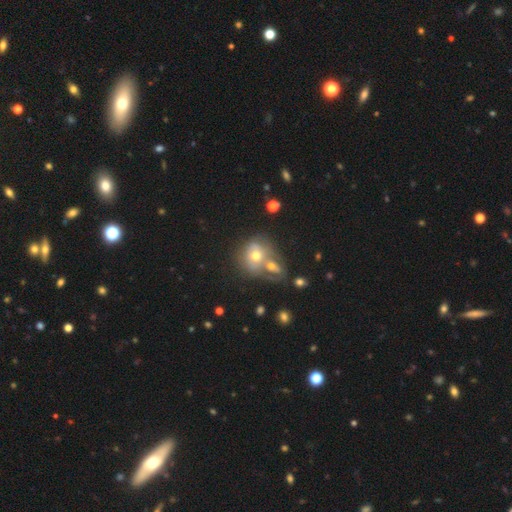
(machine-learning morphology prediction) Smooth or featured? smooth (55%)
How rounded? round (71%)
Merging? merger (52%)